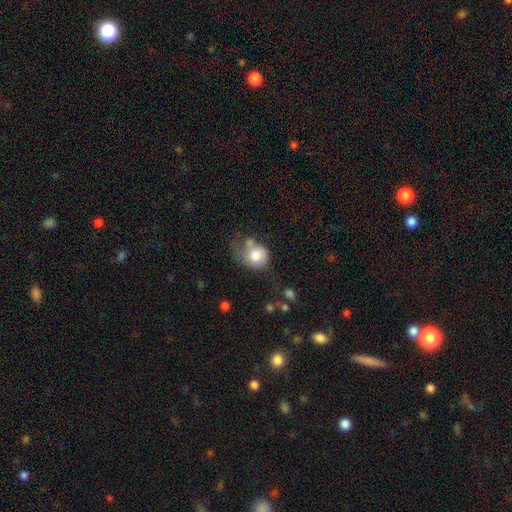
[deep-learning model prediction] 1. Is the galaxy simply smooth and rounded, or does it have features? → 75% smooth, 17% featured or disk, 8% star or artifact.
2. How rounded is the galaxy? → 64% round, 35% in between, 1% cigar-shaped.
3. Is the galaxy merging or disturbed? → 30% major disturbance, 29% minor disturbance, 26% none, 15% merger.